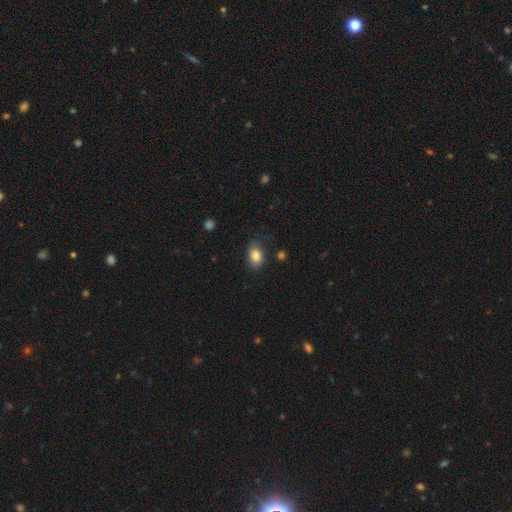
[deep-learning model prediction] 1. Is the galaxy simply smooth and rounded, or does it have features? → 84% smooth, 8% star or artifact, 7% featured or disk.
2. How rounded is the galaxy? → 82% in between, 17% round, 1% cigar-shaped.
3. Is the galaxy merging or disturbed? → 77% none, 17% minor disturbance, 4% major disturbance, 2% merger.